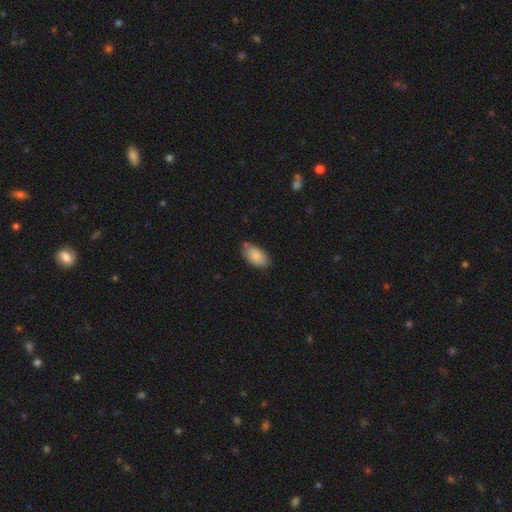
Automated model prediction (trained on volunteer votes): The model was most divided on "merging": none: 73%, minor disturbance: 20%, major disturbance: 3%, merger: 3%. More confident: how rounded — in between (94%); smooth or featured — smooth (88%).